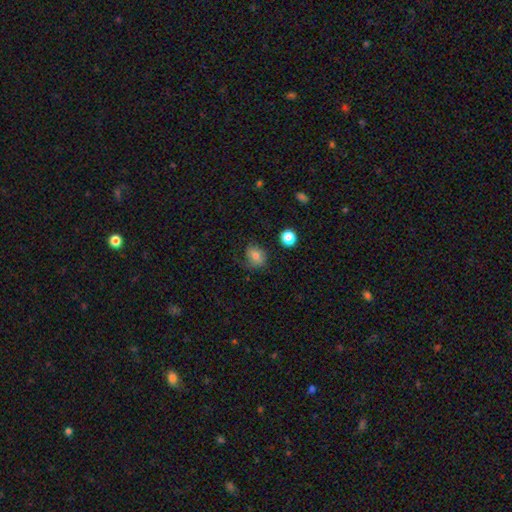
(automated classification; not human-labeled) smooth_or_featured: smooth (p=0.73) [alt: featured or disk p=0.15]
how_rounded: round (p=0.56) [alt: in between p=0.43]
merging: none (p=0.59) [alt: minor disturbance p=0.26]